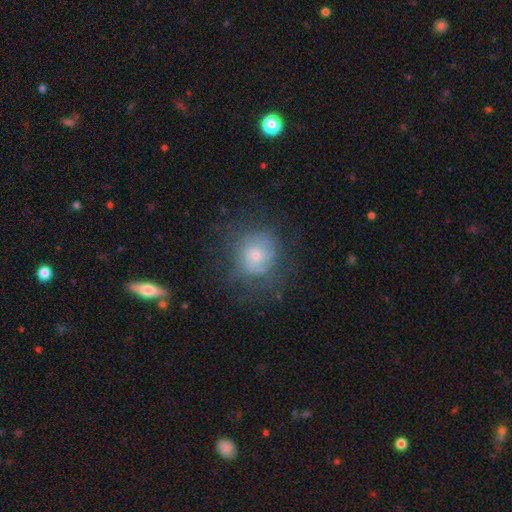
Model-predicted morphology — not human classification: Smooth or featured?
  - smooth: 54% *
  - featured or disk: 36%
  - star or artifact: 10%
How rounded?
  - round: 83% *
  - in between: 16%
  - cigar-shaped: 1%
Merging?
  - none: 59% *
  - minor disturbance: 21%
  - major disturbance: 18%
  - merger: 2%